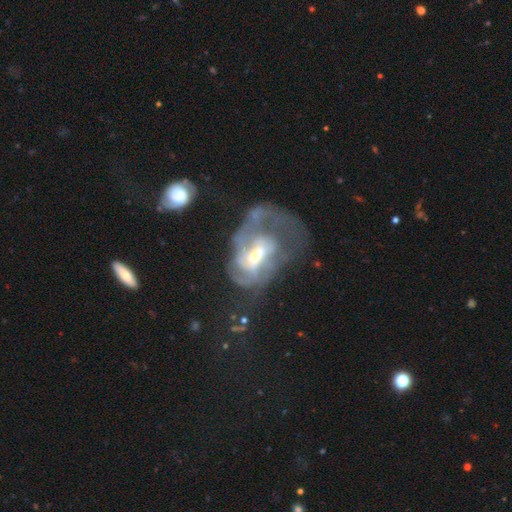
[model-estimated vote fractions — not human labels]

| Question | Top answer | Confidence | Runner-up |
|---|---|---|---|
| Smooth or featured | featured or disk | 74% | smooth (18%) |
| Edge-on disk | no | 96% | yes (4%) |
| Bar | no | 41% | tied: weak (41%) |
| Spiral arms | yes | 67% | no (33%) |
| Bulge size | small | 48% | moderate (43%) |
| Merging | major disturbance | 59% | none (19%) |